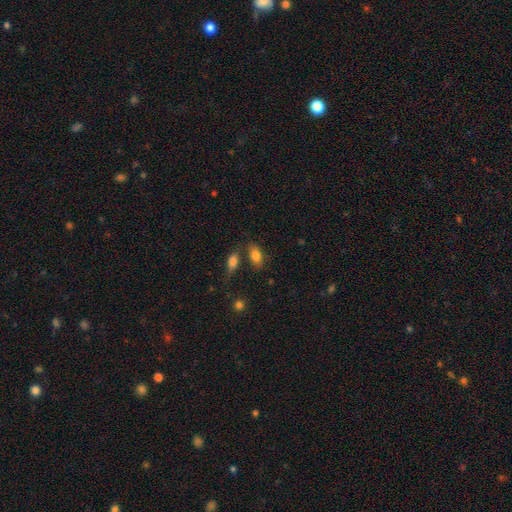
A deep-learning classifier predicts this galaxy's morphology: This is clearly a smooth galaxy (81%). How rounded: clearly in between (89%). Merging: likely none (65%).